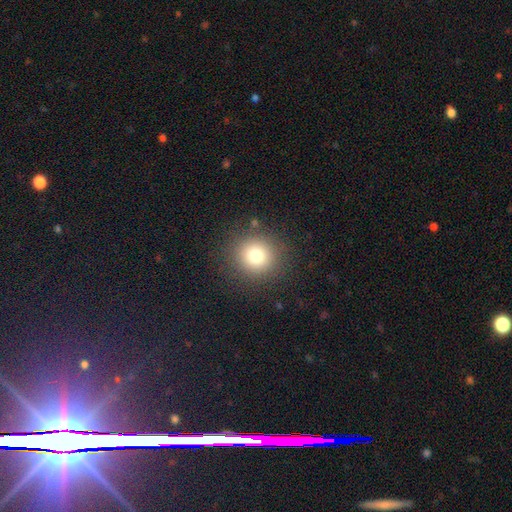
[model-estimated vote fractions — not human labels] This appears to be a smooth galaxy with no disk features (77%) that is round (92%). Merging: none (88%).